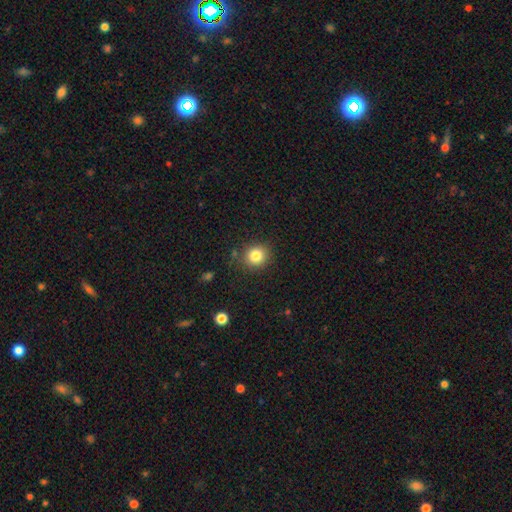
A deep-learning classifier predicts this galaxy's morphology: A smooth galaxy with no disk features (82%) that is round (87%). Merging: none (86%).